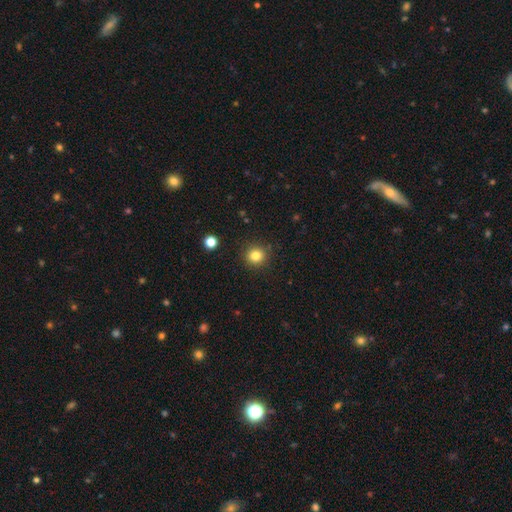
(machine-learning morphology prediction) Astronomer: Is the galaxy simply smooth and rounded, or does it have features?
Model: smooth — 82%.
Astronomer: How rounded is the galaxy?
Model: round — 91%.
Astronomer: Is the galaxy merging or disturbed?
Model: none — 90%.